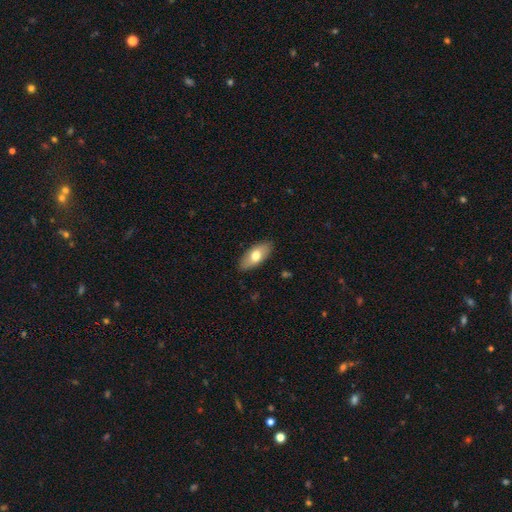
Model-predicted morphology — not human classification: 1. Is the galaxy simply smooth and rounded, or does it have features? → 70% smooth, 24% featured or disk, 6% star or artifact.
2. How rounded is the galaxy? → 87% in between, 11% cigar-shaped, 3% round.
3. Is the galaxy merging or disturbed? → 87% none, 10% minor disturbance, 2% major disturbance, 1% merger.